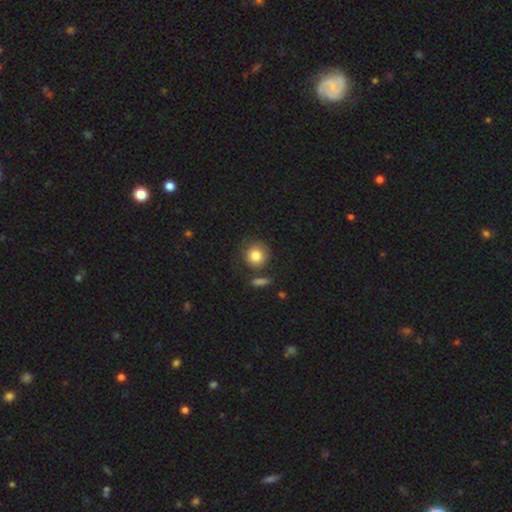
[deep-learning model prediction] Smooth or featured? Predicted: smooth (p=0.83). How rounded? Predicted: round (p=0.90). Merging? Predicted: none (p=0.74).